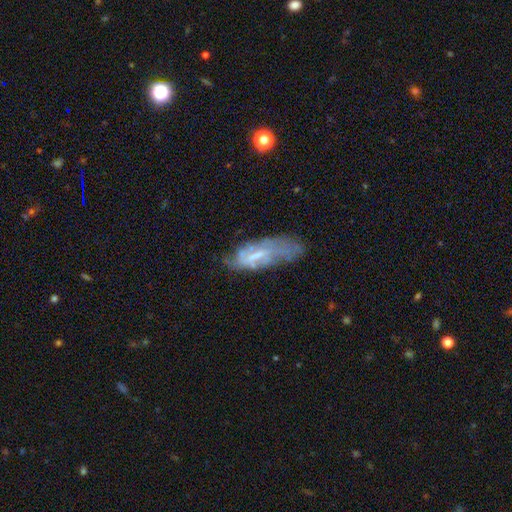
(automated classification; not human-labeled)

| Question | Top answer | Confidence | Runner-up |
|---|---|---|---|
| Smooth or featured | featured or disk | 57% | smooth (33%) |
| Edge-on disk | no | 79% | yes (21%) |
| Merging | none | 45% | minor disturbance (30%) |